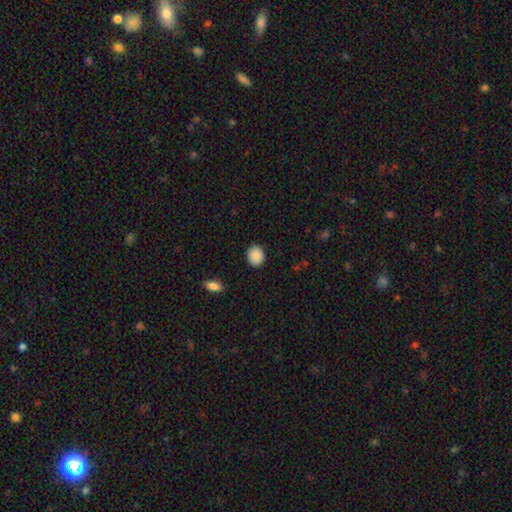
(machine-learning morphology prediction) A smooth galaxy with no disk features (89%) that is round (55%). Merging: none (89%).